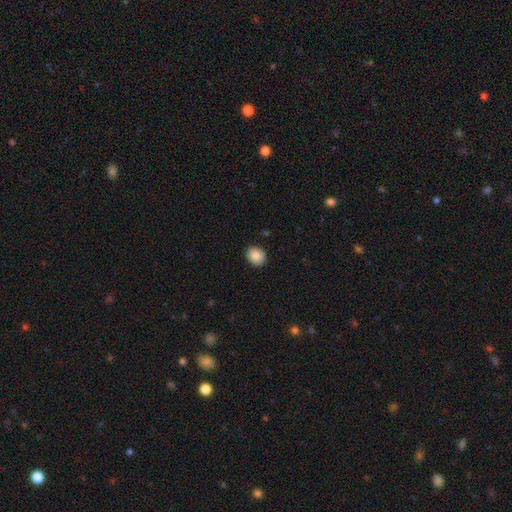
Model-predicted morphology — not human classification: This appears to be a smooth galaxy with no disk features (87%) that is round (56%). Merging: none (89%).